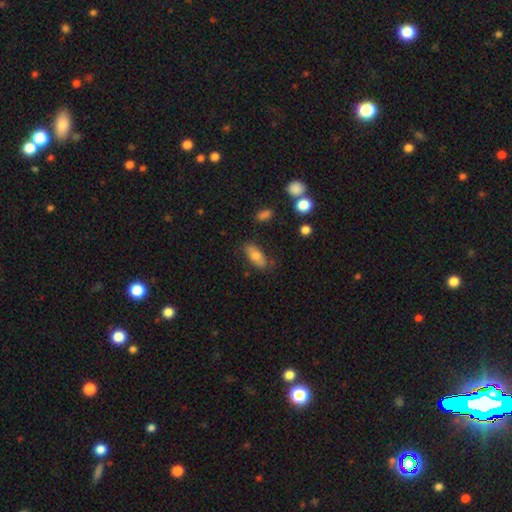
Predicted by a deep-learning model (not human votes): A smooth galaxy with no disk features (72%) that is in between round and cigar-shaped (80%).

Vote fractions:
- Smooth or featured? smooth: 72% / featured or disk: 21% / star or artifact: 8%
- How rounded? in between: 80% / cigar-shaped: 17% / round: 3%
- Merging? none: 77% / minor disturbance: 17% / major disturbance: 4% / merger: 2%